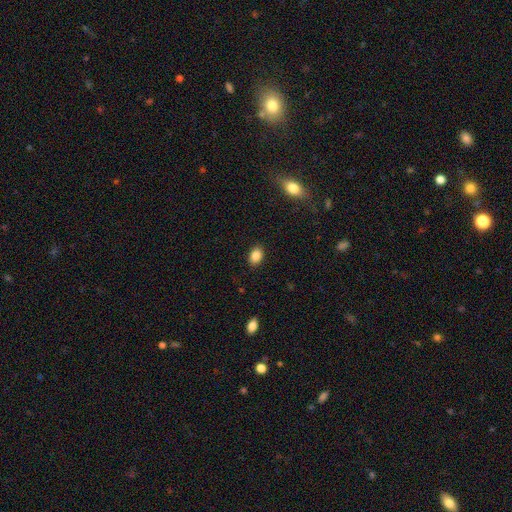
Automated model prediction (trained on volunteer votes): Smooth or featured? Predicted: smooth (p=0.87). How rounded? Predicted: in between (p=0.79). Merging? Predicted: none (p=0.88).